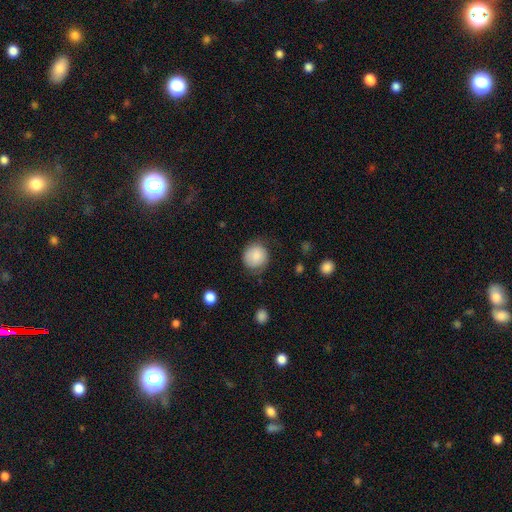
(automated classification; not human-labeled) Morphology: type=smooth (83%); roundness=round (88%); merging=none (70%).